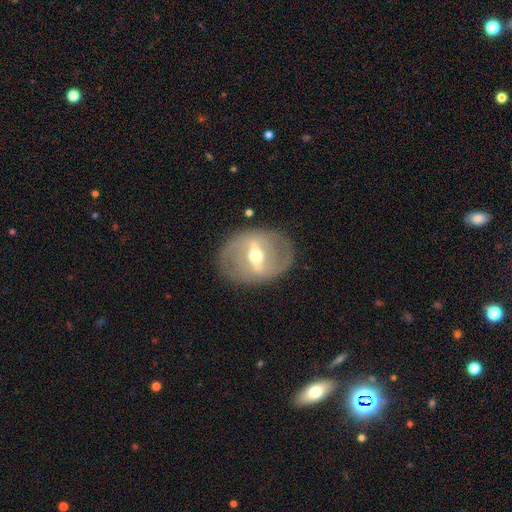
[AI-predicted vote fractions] Smooth or featured: featured or disk — 77% (smooth — 16%)
Edge-on disk: no — 86% (yes — 14%)
Bar: strong — 68% (weak — 26%)
Spiral arms: no — 56% (yes — 44%)
Bulge size: moderate — 67% (small — 25%)
Merging: none — 81% (minor disturbance — 12%)